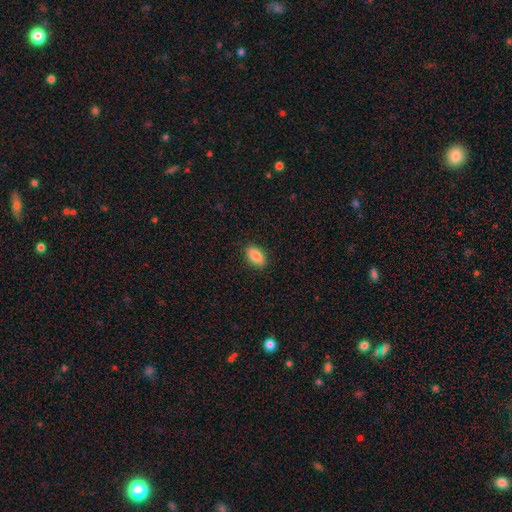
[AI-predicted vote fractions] This is clearly a smooth galaxy (89%). How rounded: clearly in between (91%). Merging: clearly none (89%).